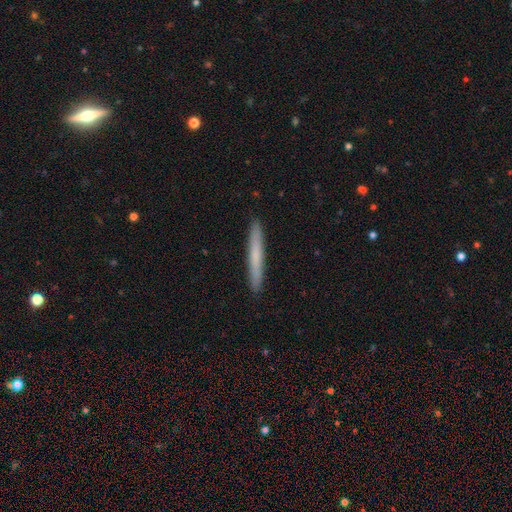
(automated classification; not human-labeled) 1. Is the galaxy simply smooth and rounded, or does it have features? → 67% smooth, 27% featured or disk, 6% star or artifact.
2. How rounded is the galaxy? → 97% cigar-shaped, 2% in between, 1% round.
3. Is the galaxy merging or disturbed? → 93% none, 5% minor disturbance, 1% major disturbance, 1% merger.